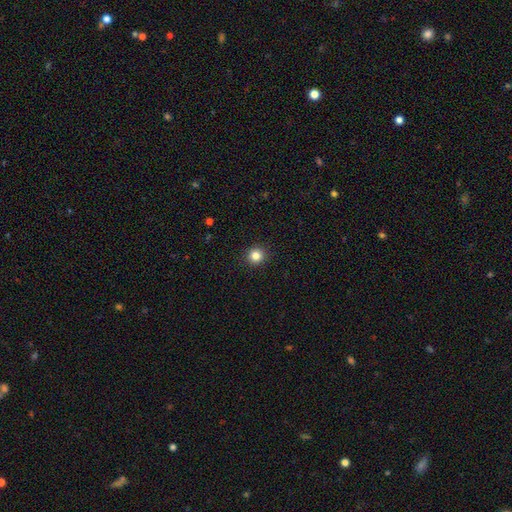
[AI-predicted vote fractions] smooth 83%, star or artifact 12%, featured or disk 5%. Down the decision tree: how rounded — round (93%); merging — none (93%).